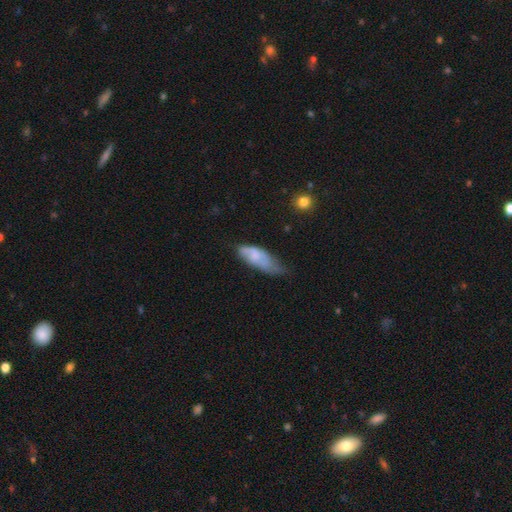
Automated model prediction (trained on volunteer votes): Smooth or featured: smooth — 63% (featured or disk — 30%)
How rounded: in between — 72% (cigar-shaped — 25%)
Merging: minor disturbance — 43% (none — 30%)